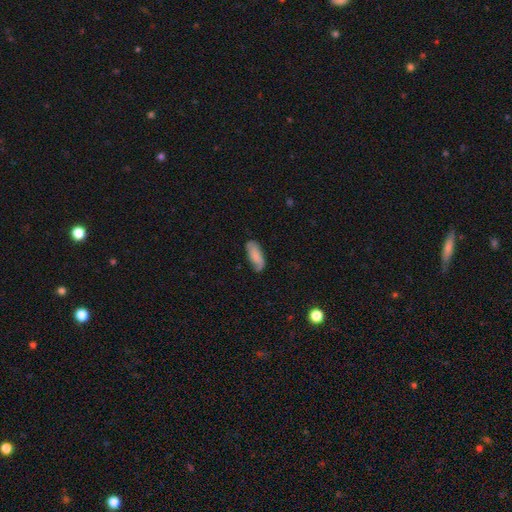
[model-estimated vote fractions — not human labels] Smooth or featured: smooth — 70% (featured or disk — 23%)
How rounded: in between — 81% (cigar-shaped — 17%)
Merging: none — 66% (minor disturbance — 25%)